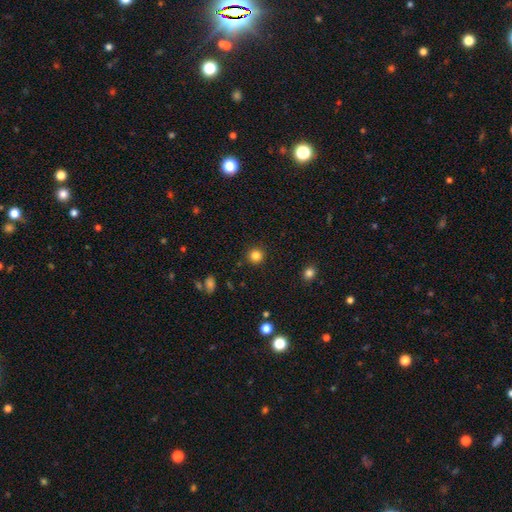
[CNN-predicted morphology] Smooth or featured?
  - smooth: 83% *
  - star or artifact: 13%
  - featured or disk: 4%
How rounded?
  - round: 93% *
  - in between: 6%
  - cigar-shaped: 1%
Merging?
  - none: 91% *
  - minor disturbance: 6%
  - major disturbance: 2%
  - merger: 1%